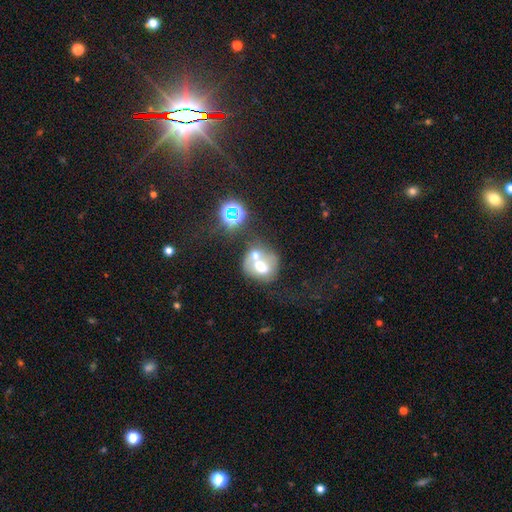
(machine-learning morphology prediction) smooth-or-featured: smooth: 50% | featured or disk: 37% | star or artifact: 13%
  merging: merger: 63% | none: 21% | minor disturbance: 9% | major disturbance: 7%